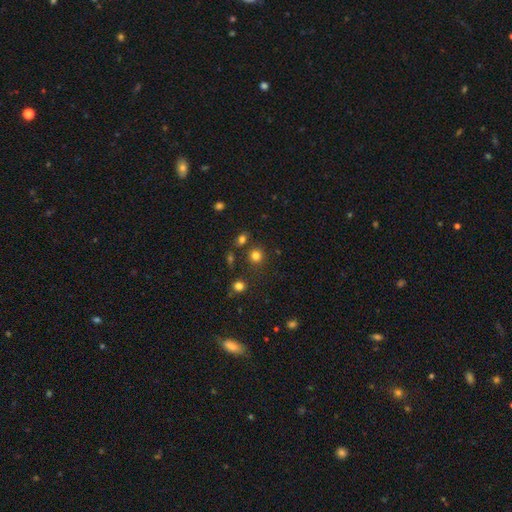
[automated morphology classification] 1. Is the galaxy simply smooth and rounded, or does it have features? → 78% smooth, 17% star or artifact, 6% featured or disk.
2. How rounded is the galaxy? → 88% round, 11% in between, 1% cigar-shaped.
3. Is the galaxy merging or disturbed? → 80% none, 8% minor disturbance, 8% merger, 3% major disturbance.